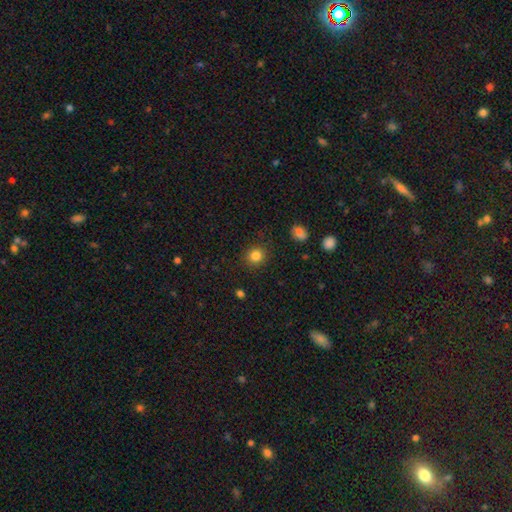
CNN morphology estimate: This appears to be a smooth galaxy with no disk features (84%) that is round (87%). Merging: none (89%).